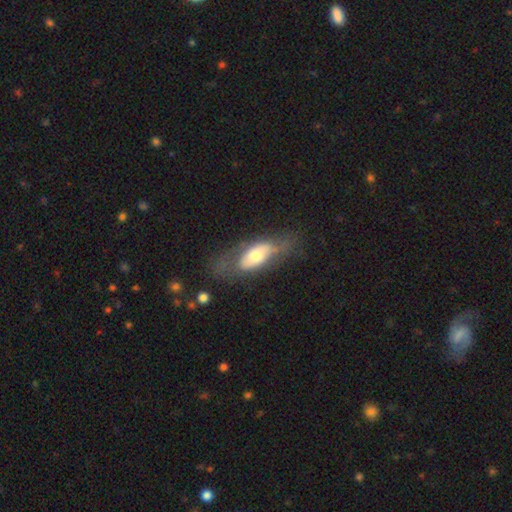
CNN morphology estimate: A smooth galaxy with no disk features (47%). Merging: none (53%).